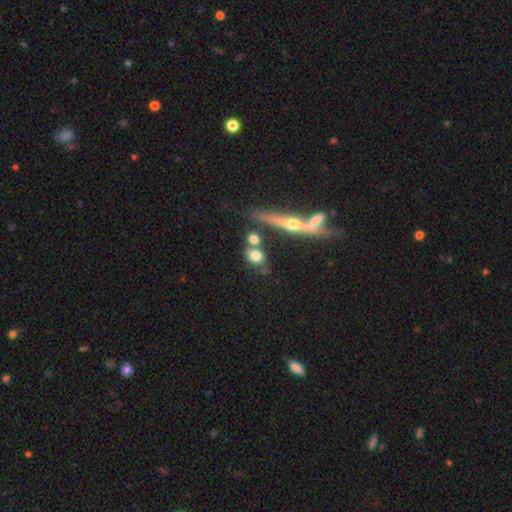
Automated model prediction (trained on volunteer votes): smooth-or-featured: smooth: 70% | featured or disk: 20% | star or artifact: 10%
  how-rounded: round: 50% | in between: 42% | cigar-shaped: 8%
  merging: none: 52% | merger: 29% | minor disturbance: 13% | major disturbance: 6%